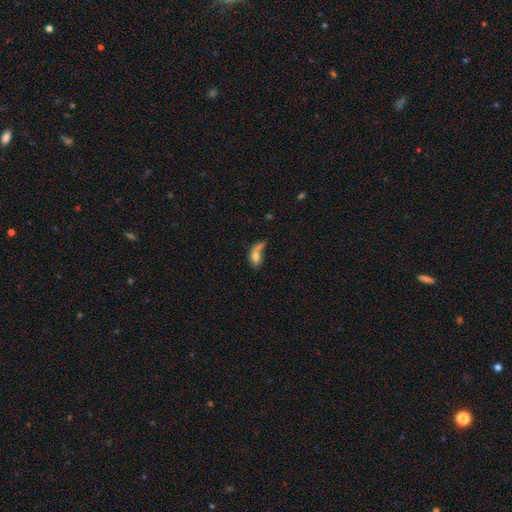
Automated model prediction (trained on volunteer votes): smooth-or-featured: smooth: 62% | featured or disk: 28% | star or artifact: 10%
  how-rounded: in between: 79% | round: 13% | cigar-shaped: 8%
  merging: major disturbance: 33% | none: 26% | minor disturbance: 21% | merger: 20%